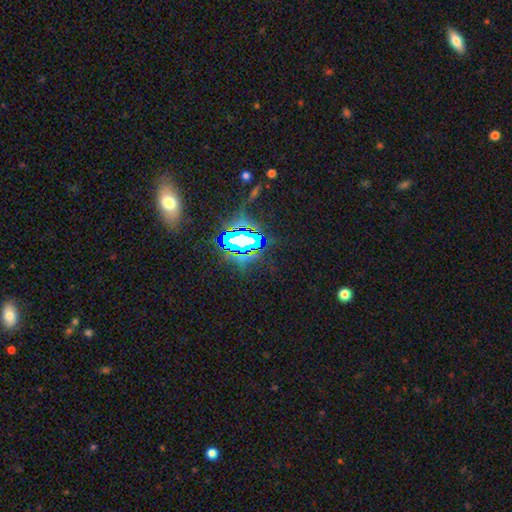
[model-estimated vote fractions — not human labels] Smooth or featured? star or artifact (76%)